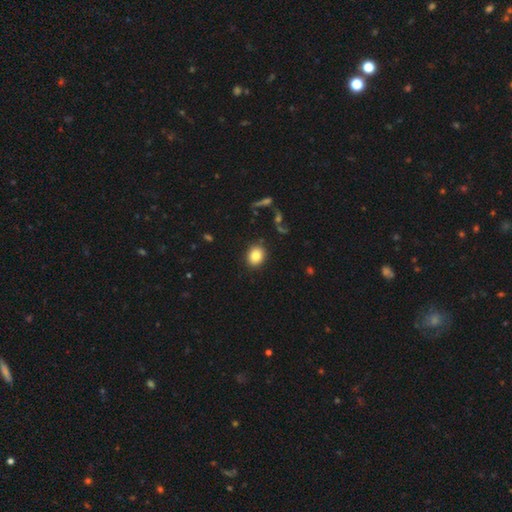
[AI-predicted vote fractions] smooth 84%, star or artifact 9%, featured or disk 7%. Down the decision tree: how rounded — round (53%); merging — none (89%).